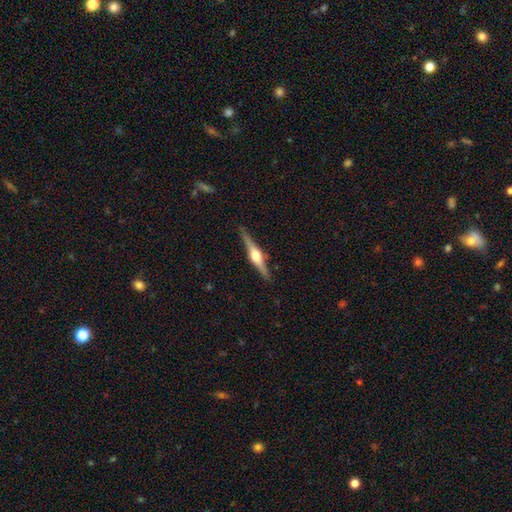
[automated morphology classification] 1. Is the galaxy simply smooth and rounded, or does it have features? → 79% featured or disk, 16% smooth, 5% star or artifact.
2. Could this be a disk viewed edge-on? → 98% yes, 2% no.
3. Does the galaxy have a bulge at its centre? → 94% rounded, 4% boxy, 2% none.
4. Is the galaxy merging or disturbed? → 88% none, 9% minor disturbance, 2% major disturbance, 1% merger.